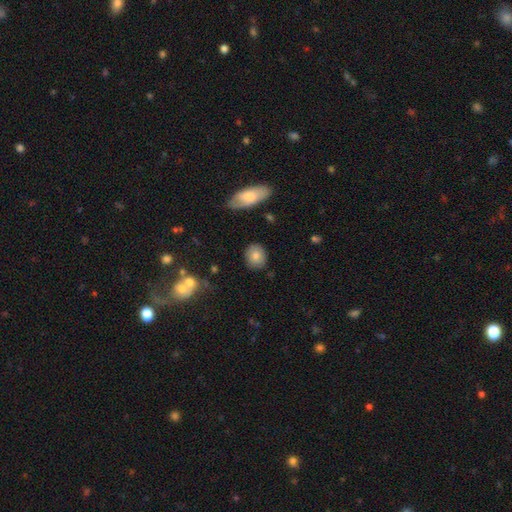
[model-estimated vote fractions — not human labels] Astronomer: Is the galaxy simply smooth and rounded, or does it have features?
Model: smooth — 81%.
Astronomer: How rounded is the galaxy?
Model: round — 58% (runner-up: in between, 40%).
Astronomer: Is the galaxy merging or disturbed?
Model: none — 85%.